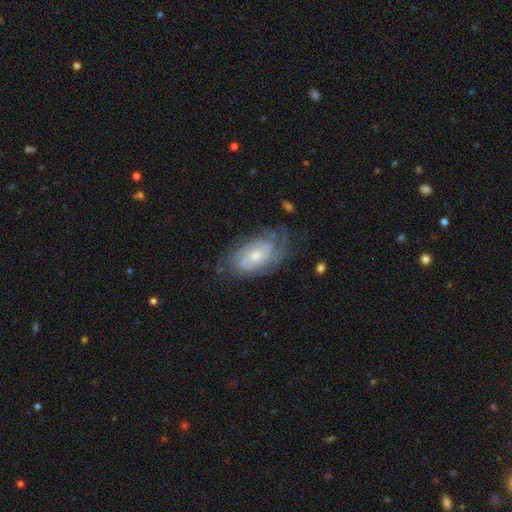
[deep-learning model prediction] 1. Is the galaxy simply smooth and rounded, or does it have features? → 82% featured or disk, 12% smooth, 6% star or artifact.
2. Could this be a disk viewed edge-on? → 96% no, 4% yes.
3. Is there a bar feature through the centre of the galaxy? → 70% no, 26% weak, 5% strong.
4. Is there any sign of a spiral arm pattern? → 95% yes, 5% no.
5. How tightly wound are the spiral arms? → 67% tight, 26% medium, 7% loose.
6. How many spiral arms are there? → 38% can't tell, 25% 2, 17% 3, 10% 4, 5% more than 4, 5% 1.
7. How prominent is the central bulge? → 55% small, 40% moderate, 2% large, 2% none, 1% dominant.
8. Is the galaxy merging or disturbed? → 66% none, 21% minor disturbance, 11% major disturbance, 1% merger.